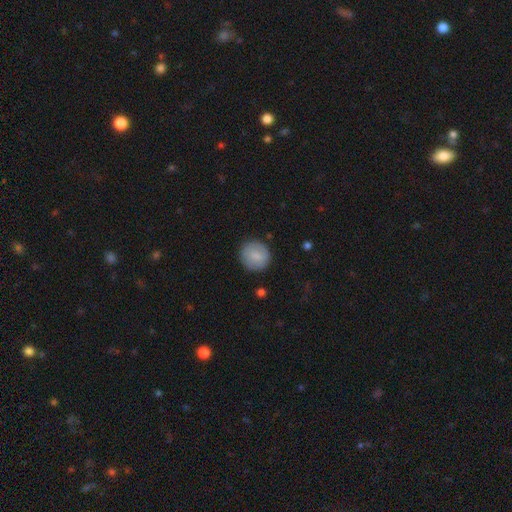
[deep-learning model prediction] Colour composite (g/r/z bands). It shows a smooth galaxy with no disk features (82%) that is round (91%). Merging: none (87%).